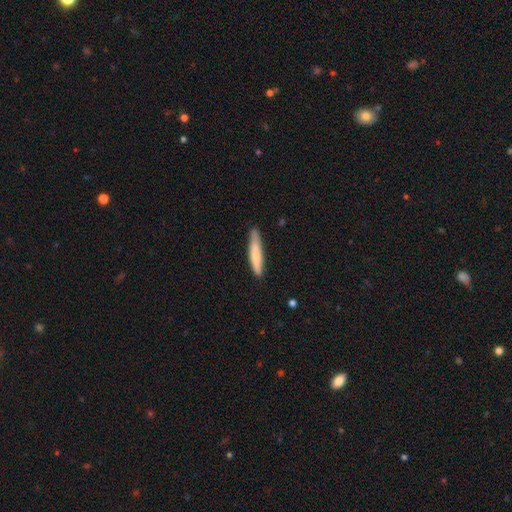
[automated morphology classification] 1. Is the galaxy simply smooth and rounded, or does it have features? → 73% smooth, 21% featured or disk, 5% star or artifact.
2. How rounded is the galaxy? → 91% cigar-shaped, 7% in between, 1% round.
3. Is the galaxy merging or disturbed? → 82% none, 15% minor disturbance, 2% major disturbance, 1% merger.